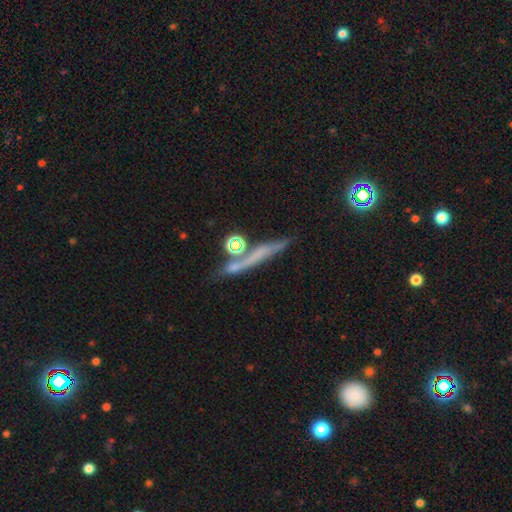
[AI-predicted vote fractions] A smooth galaxy with no disk features (45%).

Vote fractions:
- Smooth or featured? smooth: 45% / featured or disk: 43% / star or artifact: 13%
- Merging? none: 61% / minor disturbance: 16% / merger: 16% / major disturbance: 8%